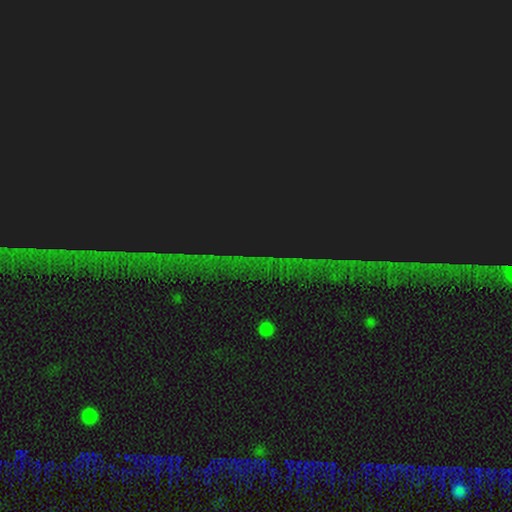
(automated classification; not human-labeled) A star or artifact, not a galaxy (83%).